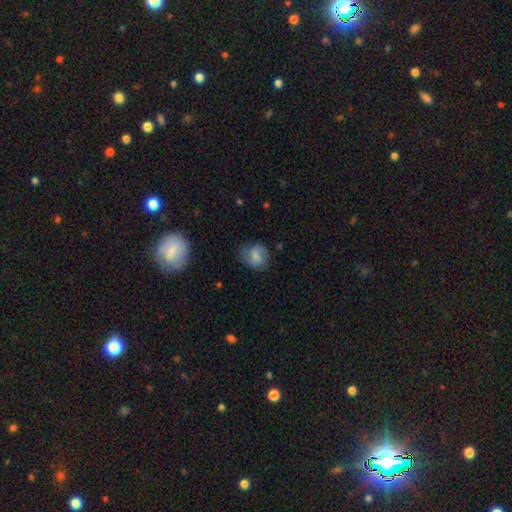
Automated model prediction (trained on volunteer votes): Q: Smooth or featured?
A: smooth (63%); runner-up: featured or disk (29%)
Q: How rounded?
A: round (61%); runner-up: in between (38%)
Q: Merging?
A: none (61%); runner-up: minor disturbance (25%)